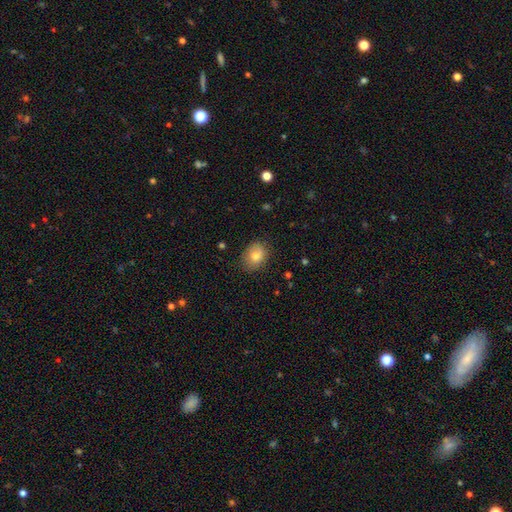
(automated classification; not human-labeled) Q: Smooth or featured?
A: smooth (79%); runner-up: featured or disk (12%)
Q: How rounded?
A: in between (58%); runner-up: round (41%)
Q: Merging?
A: none (79%); runner-up: minor disturbance (16%)